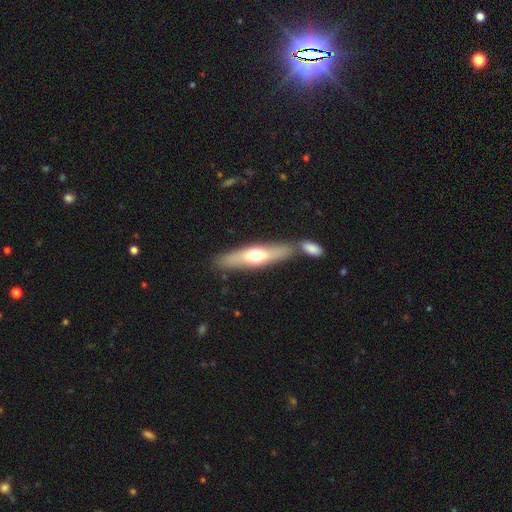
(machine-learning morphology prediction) Smooth or featured?
  - smooth: 51% *
  - featured or disk: 44%
  - star or artifact: 5%
How rounded?
  - cigar-shaped: 73% *
  - in between: 25%
  - round: 2%
Merging?
  - none: 66% *
  - merger: 20%
  - minor disturbance: 11%
  - major disturbance: 3%